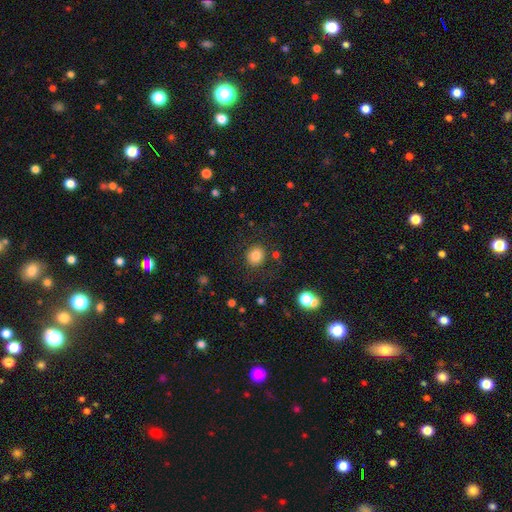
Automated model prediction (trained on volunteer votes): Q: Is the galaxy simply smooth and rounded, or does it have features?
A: smooth — 83%.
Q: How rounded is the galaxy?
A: round — 82%.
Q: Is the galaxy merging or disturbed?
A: none — 84%.